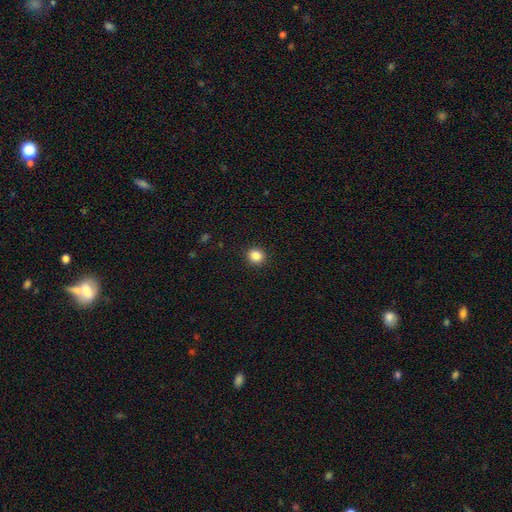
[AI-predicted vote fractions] Q: Smooth or featured?
A: smooth (85%); runner-up: star or artifact (11%)
Q: How rounded?
A: round (83%); runner-up: in between (16%)
Q: Merging?
A: none (92%); runner-up: minor disturbance (6%)